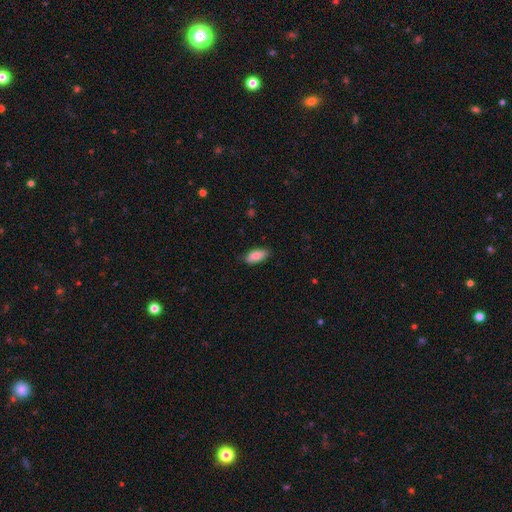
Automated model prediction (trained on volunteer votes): Q: Smooth or featured?
A: smooth (89%); runner-up: star or artifact (6%)
Q: How rounded?
A: in between (89%); runner-up: cigar-shaped (9%)
Q: Merging?
A: none (84%); runner-up: minor disturbance (12%)